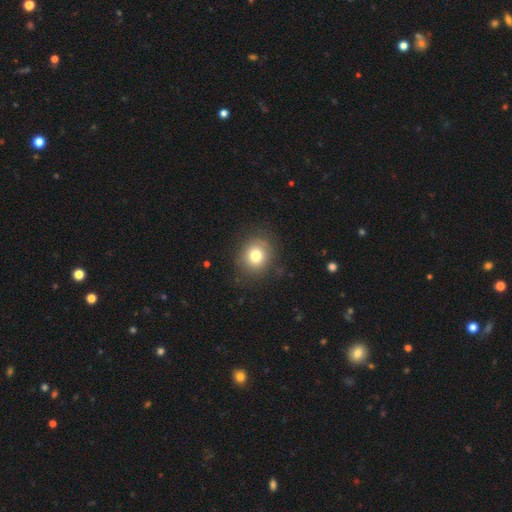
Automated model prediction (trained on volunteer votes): Smooth or featured? smooth (77%)
How rounded? round (80%)
Merging? none (85%)